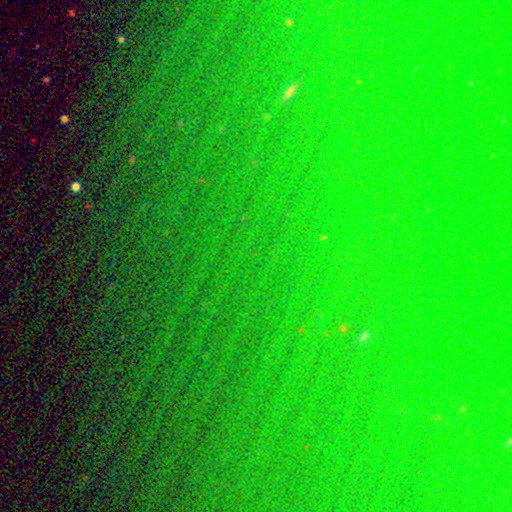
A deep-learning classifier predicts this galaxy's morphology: Q: Smooth or featured?
A: star or artifact (82%); runner-up: smooth (11%)